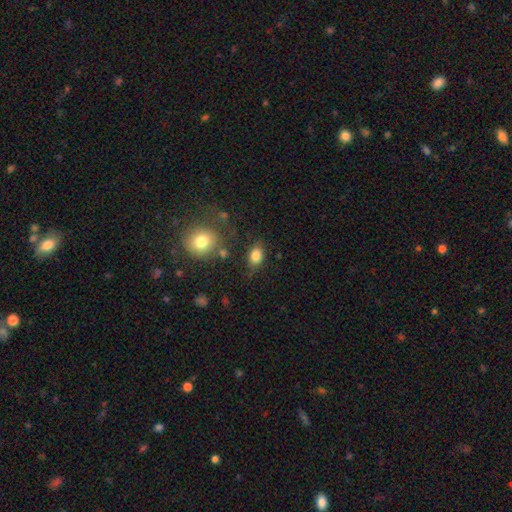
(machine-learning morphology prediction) This is clearly a smooth galaxy (83%). How rounded: likely in between (76%). Merging: likely none (75%).